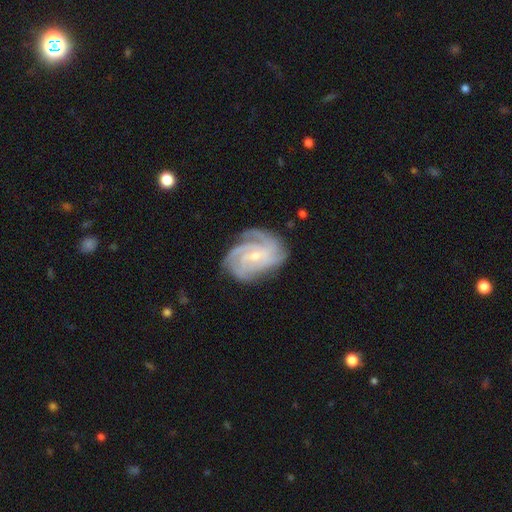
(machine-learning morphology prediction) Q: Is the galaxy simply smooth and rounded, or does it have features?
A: featured or disk — 87%.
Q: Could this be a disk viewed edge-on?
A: no — 98%.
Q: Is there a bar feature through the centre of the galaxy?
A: no — 52%.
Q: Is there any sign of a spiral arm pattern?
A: yes — 97%.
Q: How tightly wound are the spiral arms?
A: tight — 66%.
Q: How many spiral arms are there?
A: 3 — 32%.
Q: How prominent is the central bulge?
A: small — 69%.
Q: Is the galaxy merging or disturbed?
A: none — 72%.